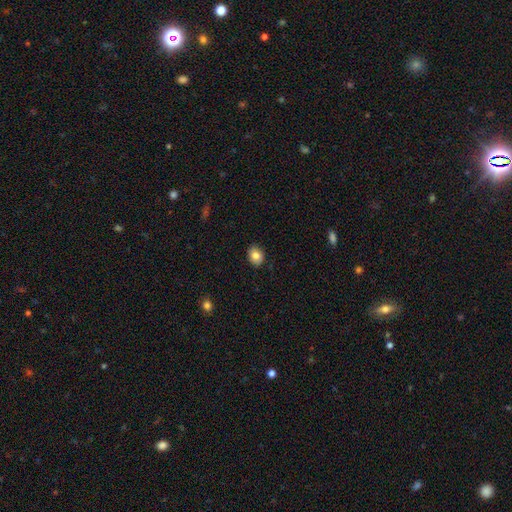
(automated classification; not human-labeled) smooth 81%, featured or disk 10%, star or artifact 9%. Down the decision tree: how rounded — in between (50%); merging — none (87%).